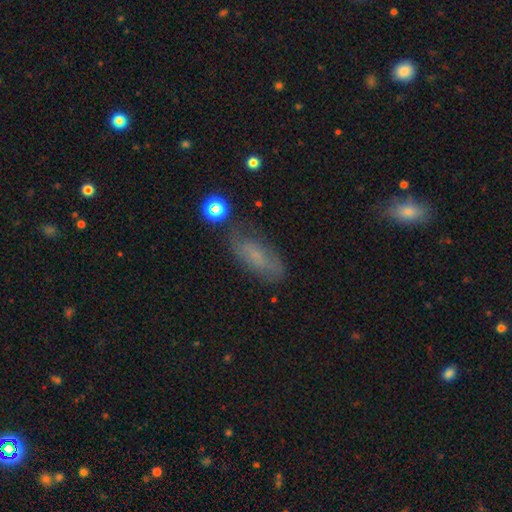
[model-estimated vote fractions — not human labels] smooth-or-featured: smooth: 58% | featured or disk: 30% | star or artifact: 12%
  how-rounded: in between: 74% | cigar-shaped: 23% | round: 4%
  merging: none: 67% | minor disturbance: 22% | major disturbance: 8% | merger: 4%